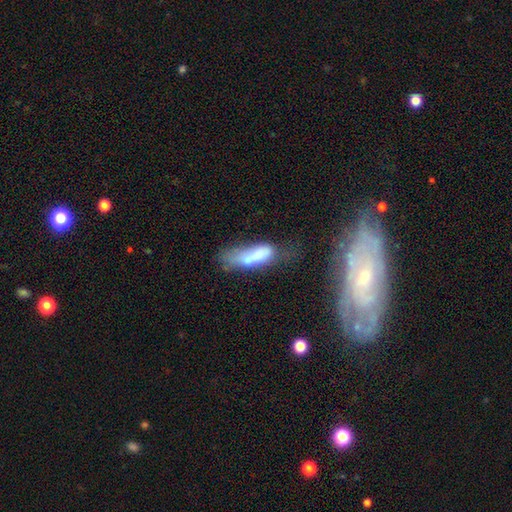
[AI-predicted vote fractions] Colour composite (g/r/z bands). It shows a smooth galaxy with no disk features (60%) that is in between round and cigar-shaped (59%). Merging: merger (32%).